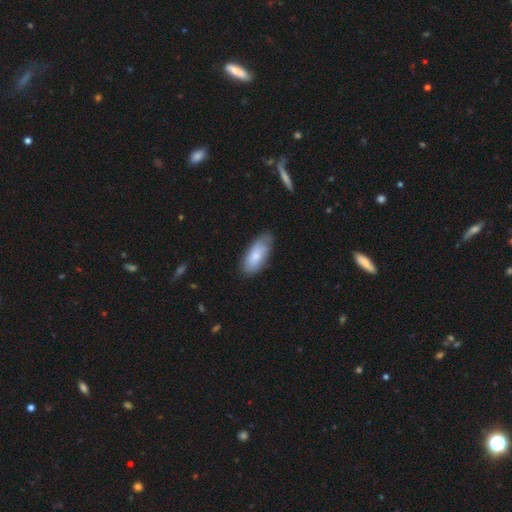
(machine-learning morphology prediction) type=smooth (71%); roundness=in between (86%); merging=none (69%).